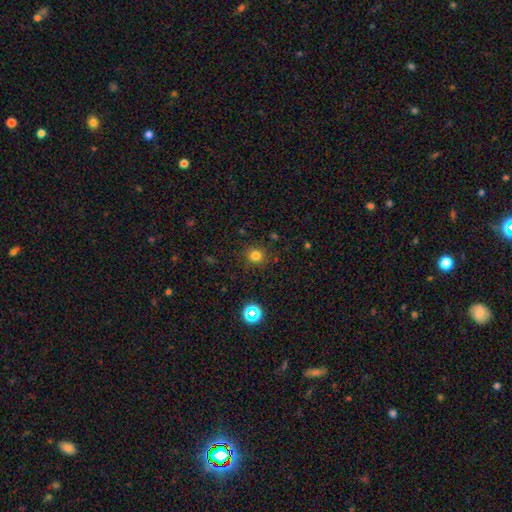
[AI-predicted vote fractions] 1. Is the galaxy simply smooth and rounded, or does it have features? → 79% smooth, 16% star or artifact, 5% featured or disk.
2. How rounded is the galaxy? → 91% round, 8% in between, 1% cigar-shaped.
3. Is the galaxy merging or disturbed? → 87% none, 8% minor disturbance, 3% major disturbance, 2% merger.